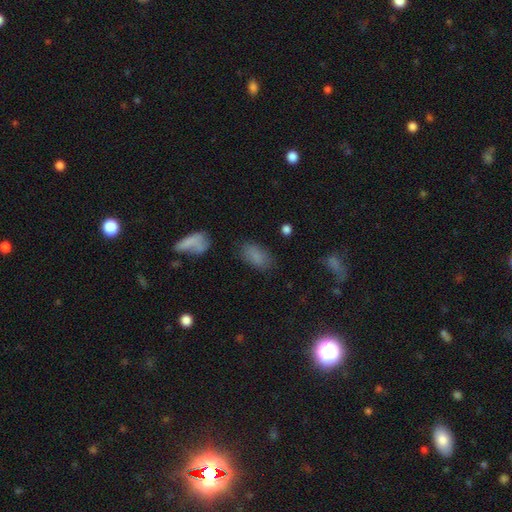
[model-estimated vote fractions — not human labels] A smooth galaxy with no disk features (81%) that is in between round and cigar-shaped (92%).

Vote fractions:
- Smooth or featured? smooth: 81% / star or artifact: 10% / featured or disk: 9%
- How rounded? in between: 92% / round: 4% / cigar-shaped: 4%
- Merging? none: 75% / minor disturbance: 16% / major disturbance: 5% / merger: 3%